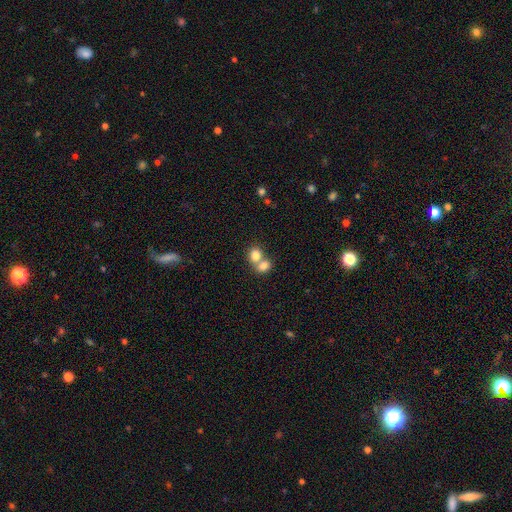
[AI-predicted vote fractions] The model was most divided on "how rounded": round: 61%, in between: 38%, cigar-shaped: 1%. More confident: smooth or featured — smooth (80%); merging — merger (64%).